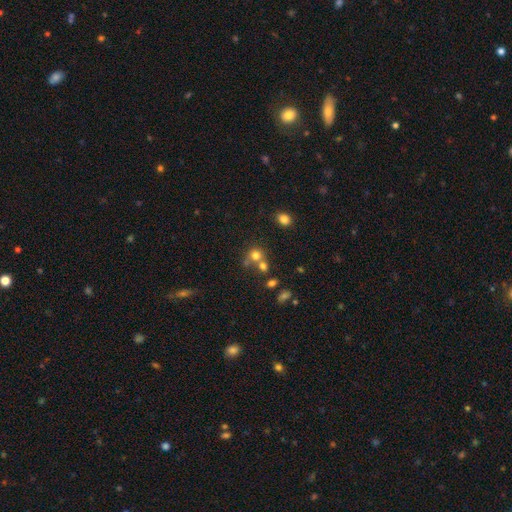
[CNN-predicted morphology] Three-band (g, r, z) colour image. It shows a smooth galaxy with no disk features (73%) that is round (83%). Merging: none (45%).